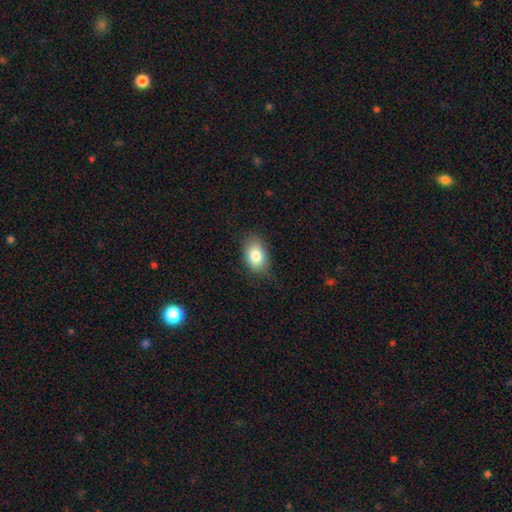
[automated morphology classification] type=smooth (82%); roundness=in between (86%); merging=none (77%).